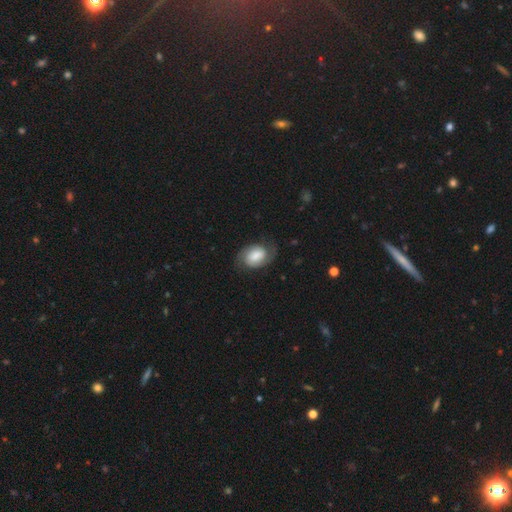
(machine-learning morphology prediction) A featured or disk galaxy (63%) with a weak bar (44%), 2 (88%) medium (45%) spiral arms (91%) and a moderate central bulge (31%). Merging: none (73%).